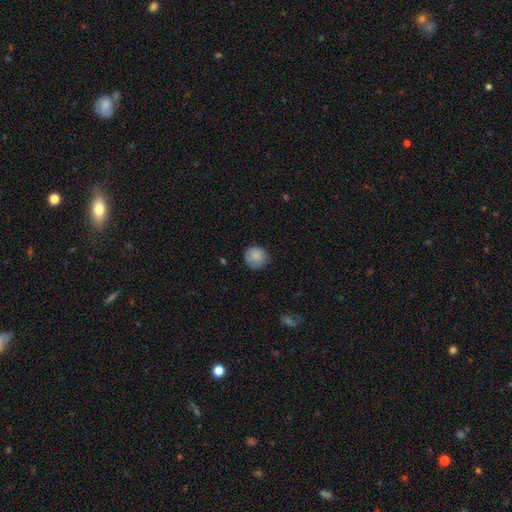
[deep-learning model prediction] A smooth galaxy with no disk features (80%) that is round (90%). Merging: none (73%).